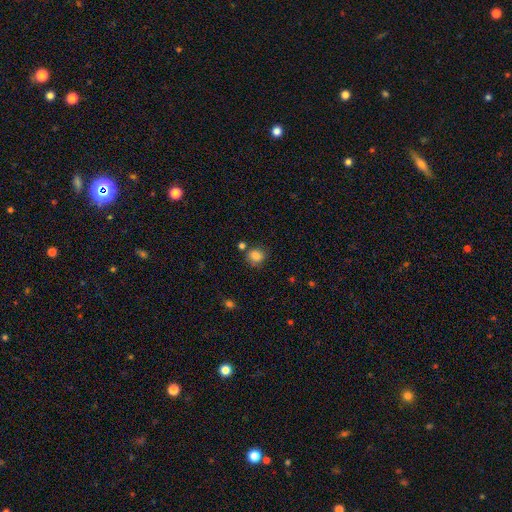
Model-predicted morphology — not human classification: Smooth or featured? smooth (84%)
How rounded? round (81%)
Merging? none (75%)